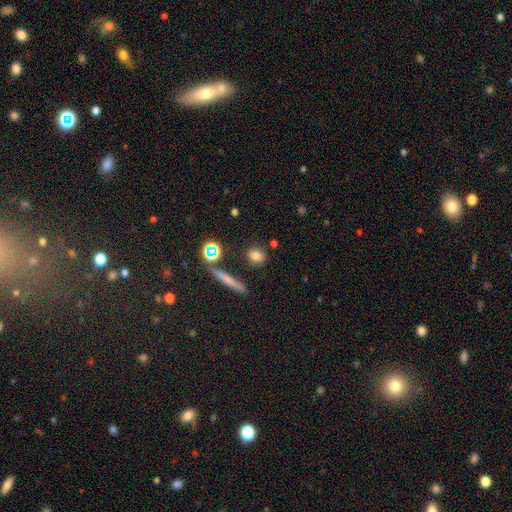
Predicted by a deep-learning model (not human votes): Smooth or featured? smooth (78%)
How rounded? round (62%)
Merging? none (83%)